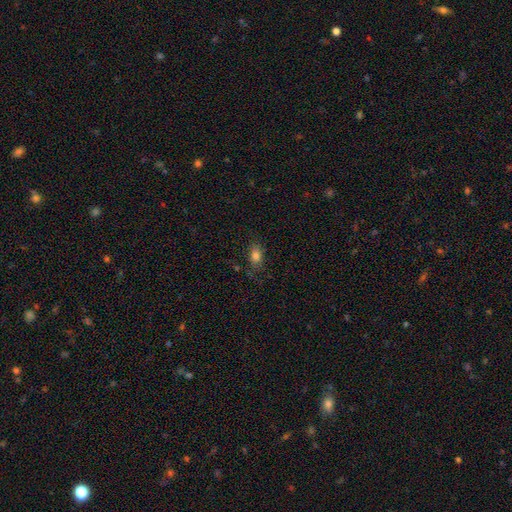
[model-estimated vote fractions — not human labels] This is clearly a smooth galaxy (80%). How rounded: clearly in between (82%). Merging: likely none (76%).